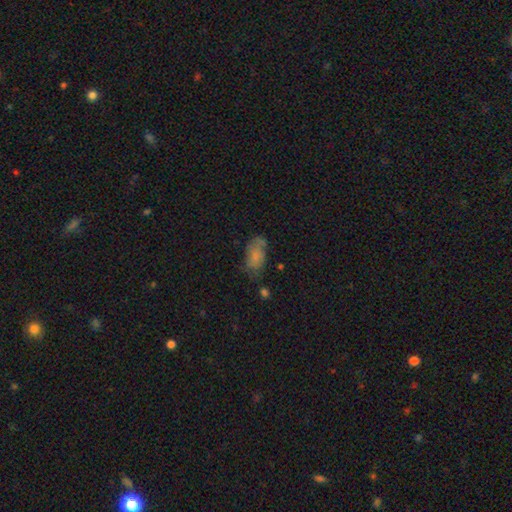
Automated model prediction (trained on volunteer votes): Smooth or featured?
  - smooth: 71% *
  - featured or disk: 18%
  - star or artifact: 11%
How rounded?
  - in between: 90% *
  - round: 5%
  - cigar-shaped: 5%
Merging?
  - none: 50% *
  - minor disturbance: 28%
  - major disturbance: 14%
  - merger: 7%